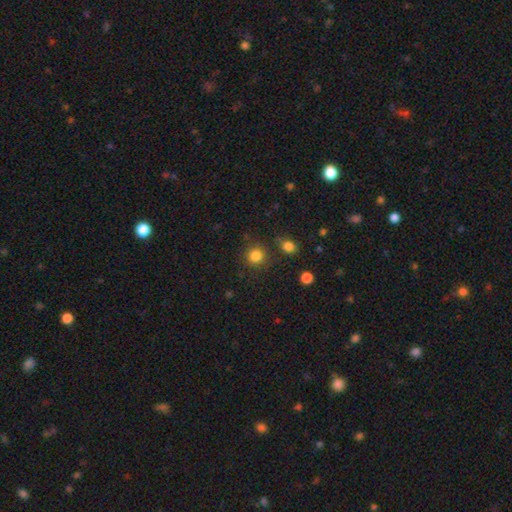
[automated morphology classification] This appears to be a smooth galaxy with no disk features (83%) that is round (92%). Merging: none (84%).